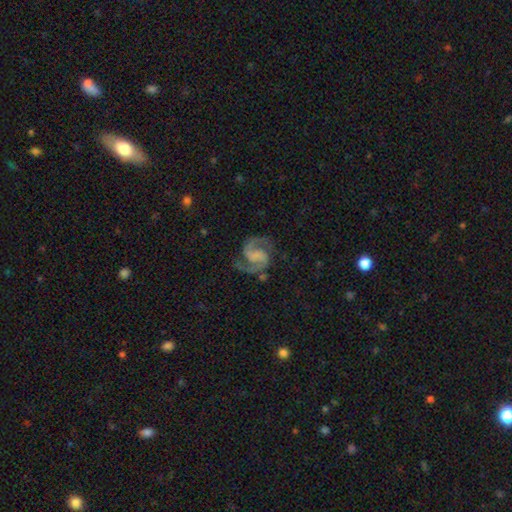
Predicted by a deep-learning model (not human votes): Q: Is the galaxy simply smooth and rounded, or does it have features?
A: featured or disk — 91%.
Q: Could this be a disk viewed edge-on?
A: no — 98%.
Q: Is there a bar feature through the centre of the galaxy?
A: weak — 42%.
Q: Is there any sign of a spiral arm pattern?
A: yes — 98%.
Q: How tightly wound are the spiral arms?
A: medium — 63%.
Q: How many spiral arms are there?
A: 2 — 94%.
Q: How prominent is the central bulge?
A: none — 60%.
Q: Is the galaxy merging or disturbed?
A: none — 77%.